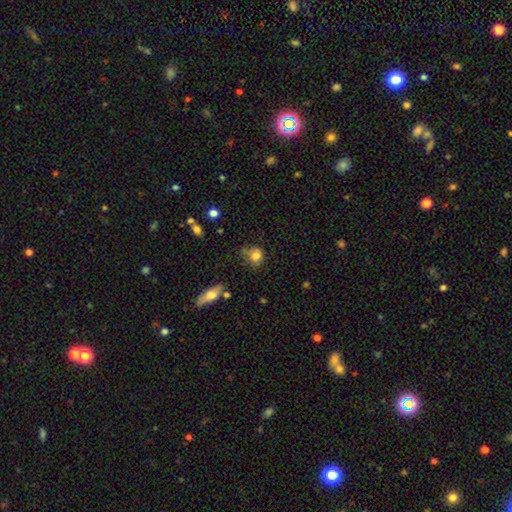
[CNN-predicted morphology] Smooth or featured: smooth — 80% (featured or disk — 10%)
How rounded: round — 69% (in between — 30%)
Merging: none — 52% (minor disturbance — 32%)